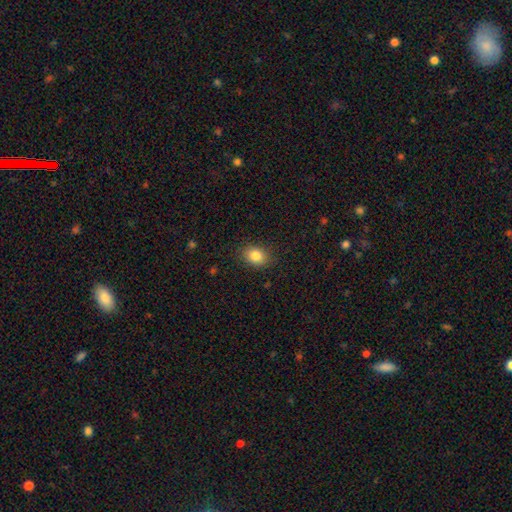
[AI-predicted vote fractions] smooth 84%, star or artifact 10%, featured or disk 6%. Down the decision tree: how rounded — in between (59%); merging — none (87%).